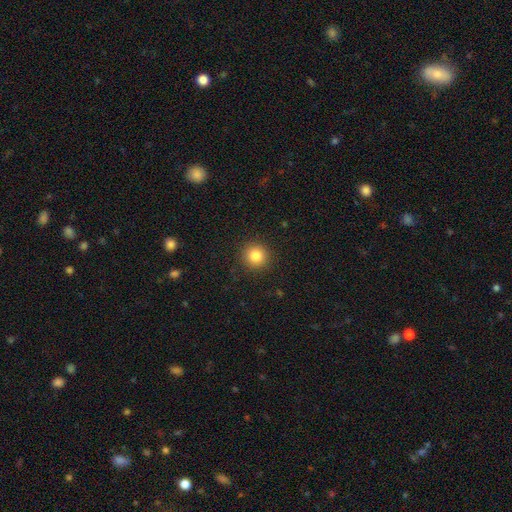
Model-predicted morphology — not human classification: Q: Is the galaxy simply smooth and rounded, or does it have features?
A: smooth — 83%.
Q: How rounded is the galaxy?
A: round — 94%.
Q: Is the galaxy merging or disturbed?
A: none — 91%.